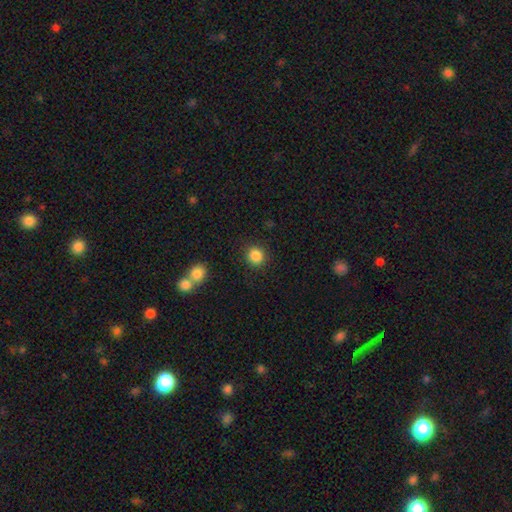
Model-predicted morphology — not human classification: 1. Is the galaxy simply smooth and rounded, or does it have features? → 86% smooth, 10% star or artifact, 4% featured or disk.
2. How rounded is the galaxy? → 90% round, 9% in between, 1% cigar-shaped.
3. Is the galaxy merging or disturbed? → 88% none, 6% minor disturbance, 3% merger, 3% major disturbance.